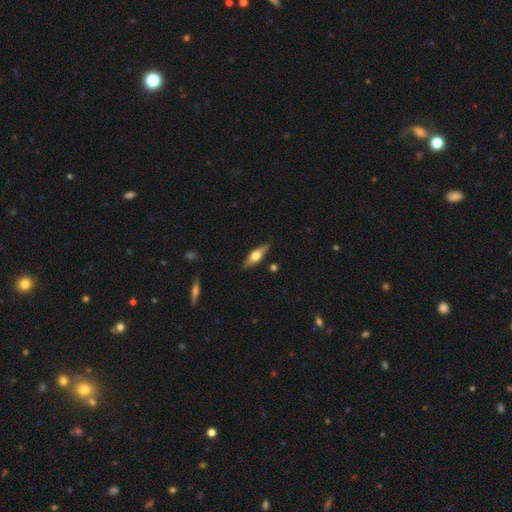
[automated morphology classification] Q: Smooth or featured?
A: featured or disk (60%); runner-up: smooth (34%)
Q: Edge-on disk?
A: yes (94%); runner-up: no (6%)
Q: Edge-on bulge?
A: rounded (94%); runner-up: boxy (4%)
Q: Merging?
A: none (88%); runner-up: minor disturbance (9%)